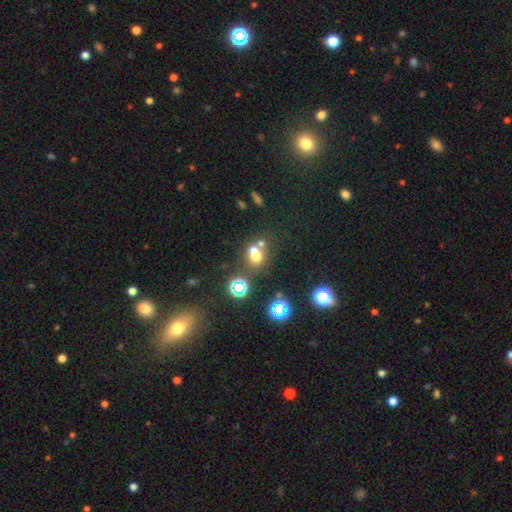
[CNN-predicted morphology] Smooth or featured?
  - smooth: 57% *
  - star or artifact: 26%
  - featured or disk: 17%
How rounded?
  - round: 60% *
  - in between: 39%
  - cigar-shaped: 2%
Merging?
  - merger: 46% *
  - none: 39%
  - minor disturbance: 9%
  - major disturbance: 6%